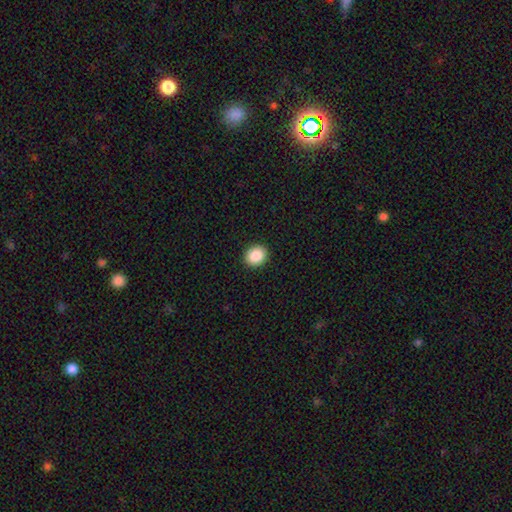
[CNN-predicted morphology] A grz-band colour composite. It shows a smooth galaxy with no disk features (88%) that is round (71%). Merging: none (91%).